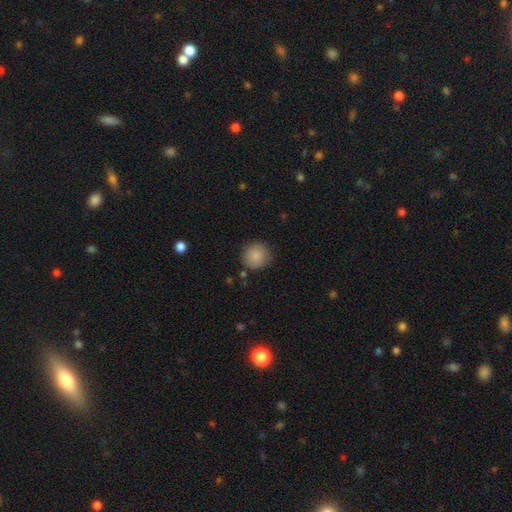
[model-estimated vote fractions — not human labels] Morphology: type=smooth (87%); roundness=round (91%); merging=none (85%).